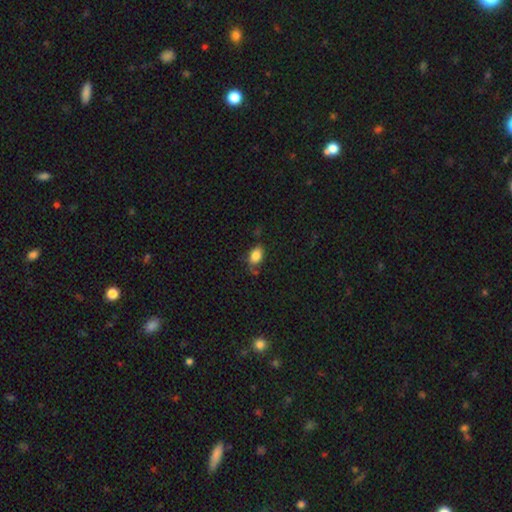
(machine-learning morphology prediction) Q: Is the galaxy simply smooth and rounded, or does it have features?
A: smooth — 84%.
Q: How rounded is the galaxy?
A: in between — 84%.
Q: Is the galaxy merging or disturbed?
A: none — 64%.